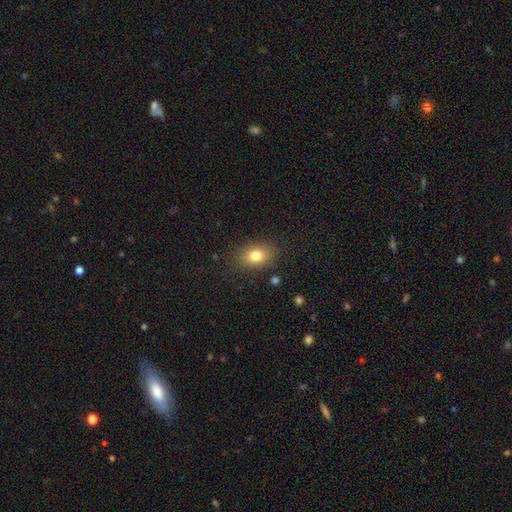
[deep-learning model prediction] Smooth or featured?
  - smooth: 79% *
  - star or artifact: 11%
  - featured or disk: 10%
How rounded?
  - in between: 70% *
  - round: 29%
  - cigar-shaped: 1%
Merging?
  - none: 83% *
  - minor disturbance: 11%
  - major disturbance: 4%
  - merger: 2%